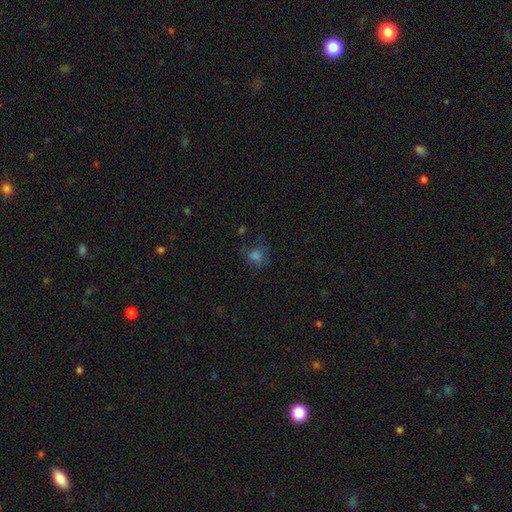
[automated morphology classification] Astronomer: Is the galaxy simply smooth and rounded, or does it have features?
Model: smooth — 62%.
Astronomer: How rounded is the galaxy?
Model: round — 73%.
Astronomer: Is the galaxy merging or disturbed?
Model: none — 61%.